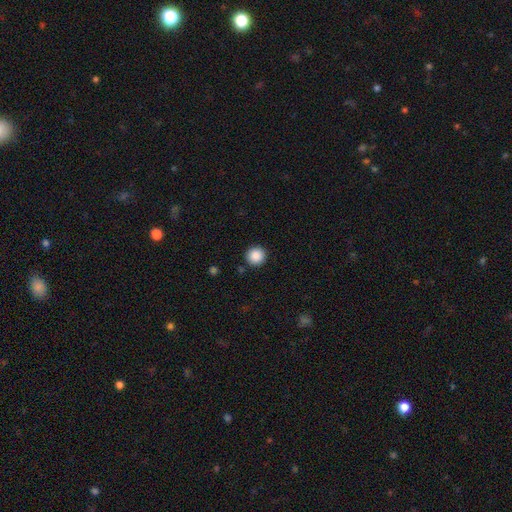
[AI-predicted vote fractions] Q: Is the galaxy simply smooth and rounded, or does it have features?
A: smooth — 88%.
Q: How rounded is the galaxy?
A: round — 96%.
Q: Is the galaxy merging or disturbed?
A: none — 91%.